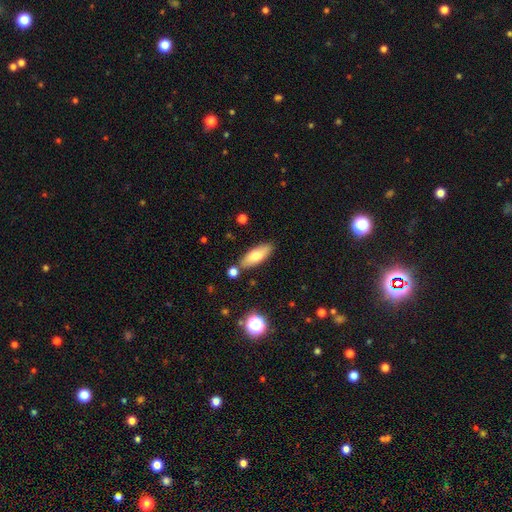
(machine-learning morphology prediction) Smooth or featured? Predicted: smooth (p=0.72). How rounded? Predicted: in between (p=0.68). Merging? Predicted: none (p=0.81).